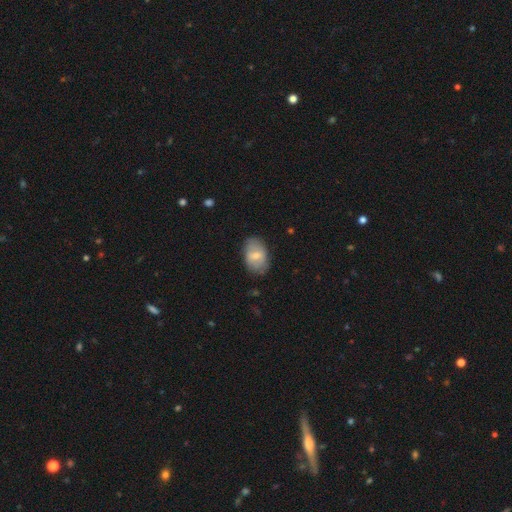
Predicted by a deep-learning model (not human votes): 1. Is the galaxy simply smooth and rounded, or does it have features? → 62% smooth, 32% featured or disk, 7% star or artifact.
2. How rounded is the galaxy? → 88% in between, 10% round, 1% cigar-shaped.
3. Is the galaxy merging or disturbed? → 77% none, 17% minor disturbance, 4% major disturbance, 1% merger.